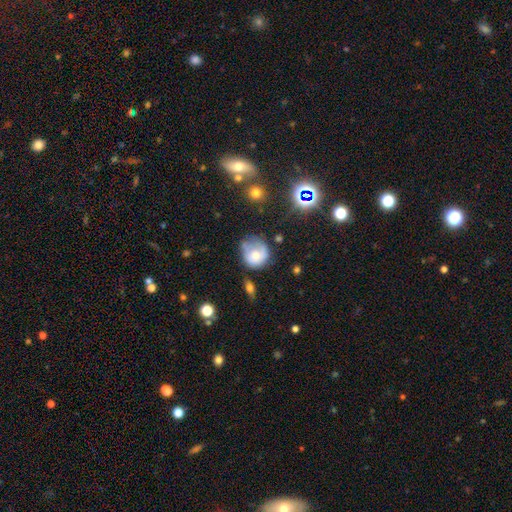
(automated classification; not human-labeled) Q: Smooth or featured?
A: smooth (59%); runner-up: featured or disk (31%)
Q: How rounded?
A: round (77%); runner-up: in between (22%)
Q: Merging?
A: none (41%); runner-up: minor disturbance (34%)